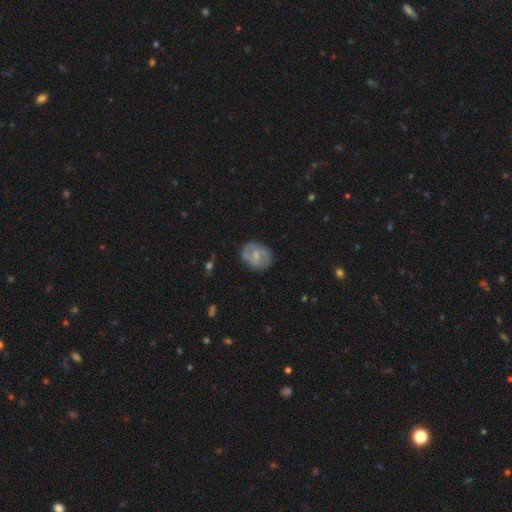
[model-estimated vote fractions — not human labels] Morphology: type=featured or disk (51%); edge-on=no (96%); merging=none (71%).